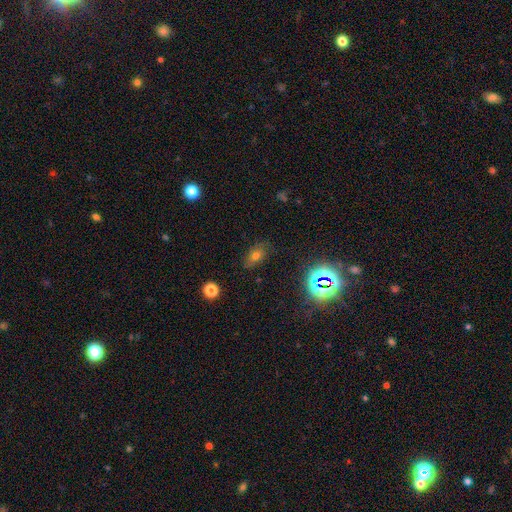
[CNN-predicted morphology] A smooth galaxy with no disk features (57%) that is in between round and cigar-shaped (82%). Merging: none (76%).